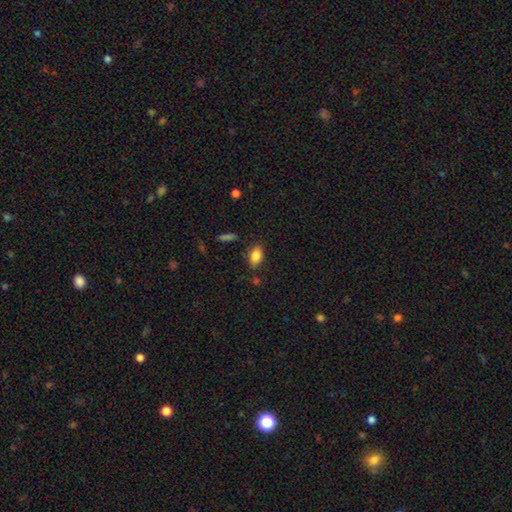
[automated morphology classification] Smooth or featured? smooth (85%)
How rounded? in between (87%)
Merging? none (79%)